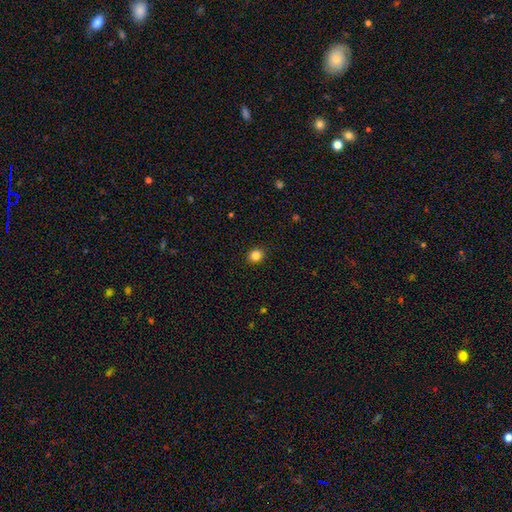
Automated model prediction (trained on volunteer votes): Morphology: type=smooth (84%); roundness=round (79%); merging=none (91%).